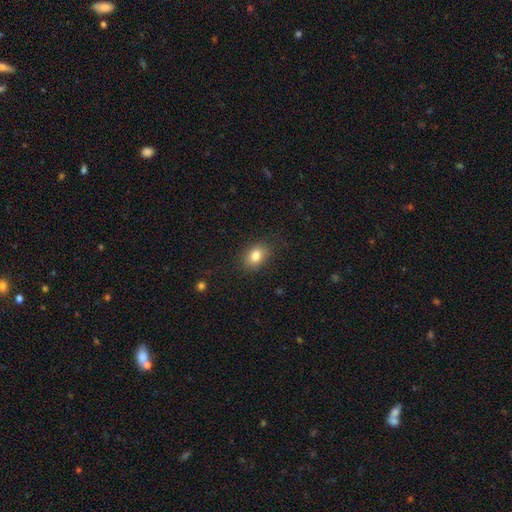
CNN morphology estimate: smooth_or_featured: smooth (p=0.82) [alt: star or artifact p=0.10]
how_rounded: in between (p=0.70) [alt: round p=0.29]
merging: none (p=0.84) [alt: minor disturbance p=0.12]